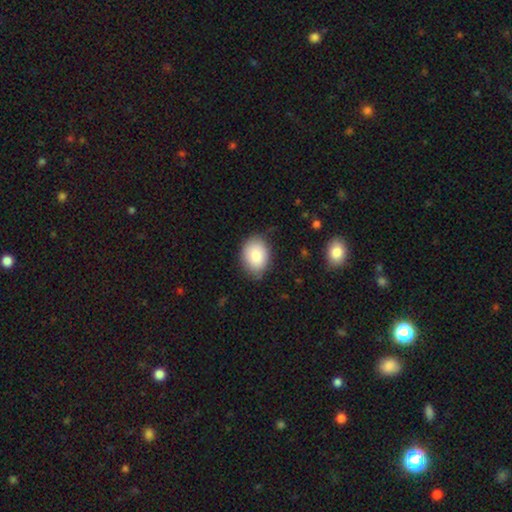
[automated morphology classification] A smooth galaxy with no disk features (83%) that is in between round and cigar-shaped (71%).

Vote fractions:
- Smooth or featured? smooth: 83% / featured or disk: 10% / star or artifact: 7%
- How rounded? in between: 71% / round: 28% / cigar-shaped: 1%
- Merging? none: 78% / minor disturbance: 17% / major disturbance: 3% / merger: 1%